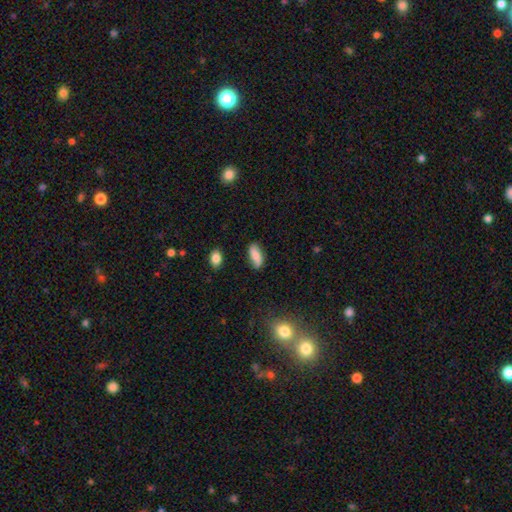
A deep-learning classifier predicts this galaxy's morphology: Smooth or featured? smooth (73%)
How rounded? in between (77%)
Merging? none (77%)